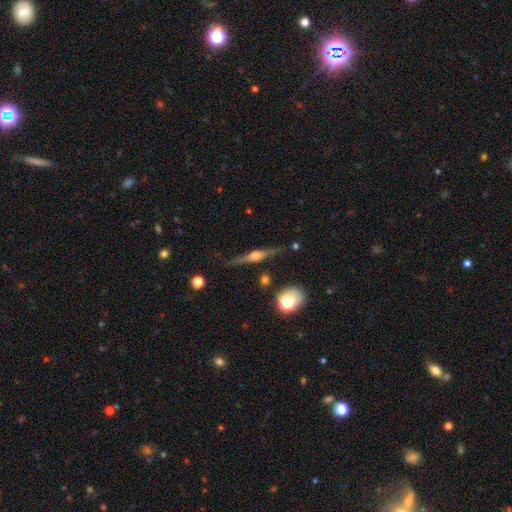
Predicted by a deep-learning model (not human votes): A featured or disk galaxy (75%) viewed edge-on (97%) with a rounded central bulge (91%). Merging: none (82%).